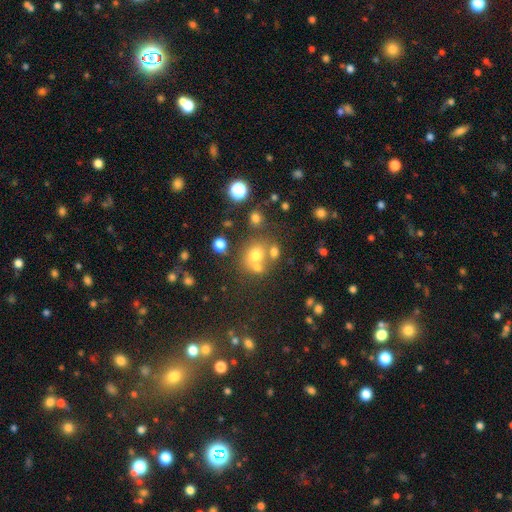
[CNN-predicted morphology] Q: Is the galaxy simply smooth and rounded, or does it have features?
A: smooth — 63%.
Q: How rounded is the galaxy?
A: round — 73%.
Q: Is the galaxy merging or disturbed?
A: none — 55%.